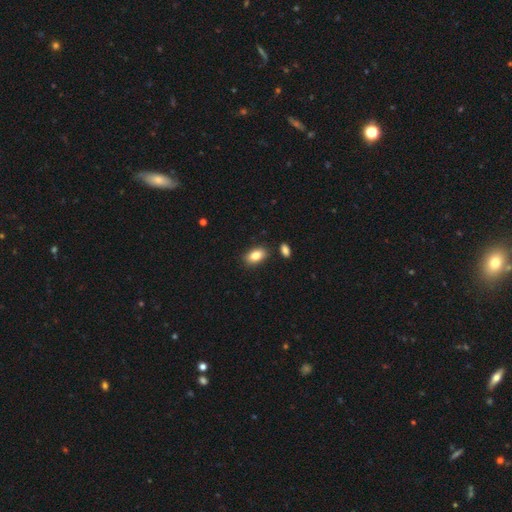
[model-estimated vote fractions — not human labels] A smooth galaxy with no disk features (84%) that is in between round and cigar-shaped (91%). Merging: none (84%).